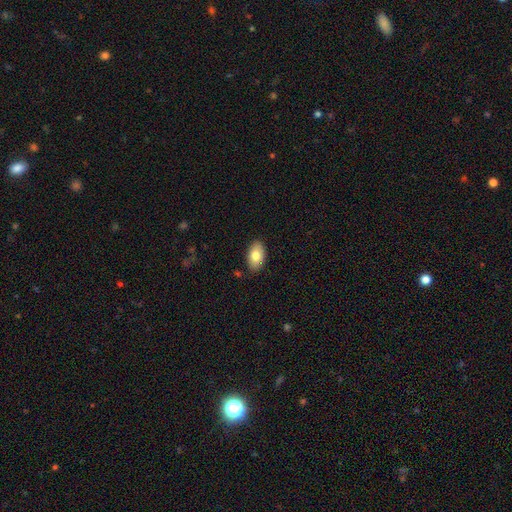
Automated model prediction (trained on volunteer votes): The model was most divided on "smooth or featured": smooth: 80%, featured or disk: 14%, star or artifact: 7%. More confident: how rounded — in between (93%); merging — none (86%).